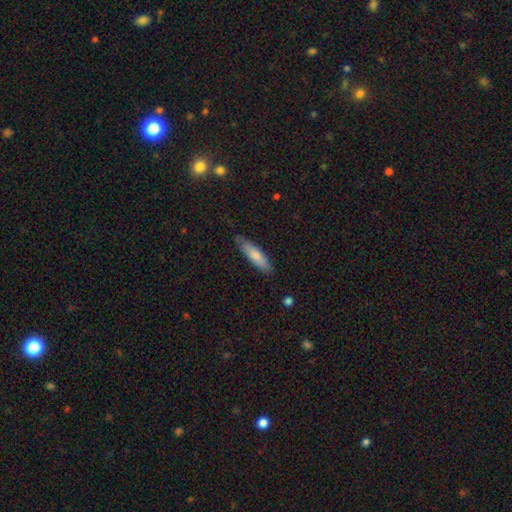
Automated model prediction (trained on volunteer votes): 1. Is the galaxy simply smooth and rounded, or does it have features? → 76% smooth, 18% featured or disk, 5% star or artifact.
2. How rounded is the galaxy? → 64% cigar-shaped, 34% in between, 2% round.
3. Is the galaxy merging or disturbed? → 77% none, 18% minor disturbance, 3% major disturbance, 1% merger.